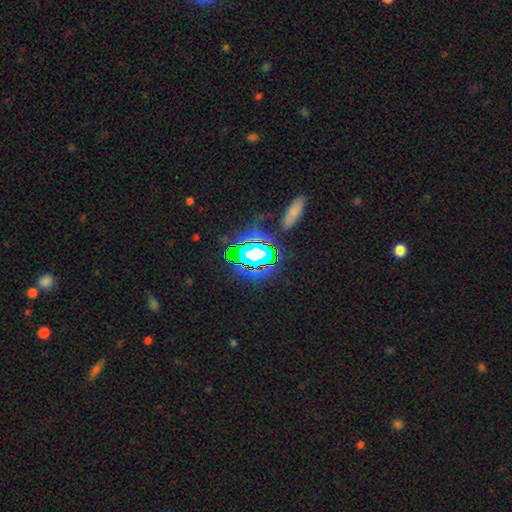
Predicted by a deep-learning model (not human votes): Q: Smooth or featured?
A: star or artifact (66%); runner-up: smooth (20%)